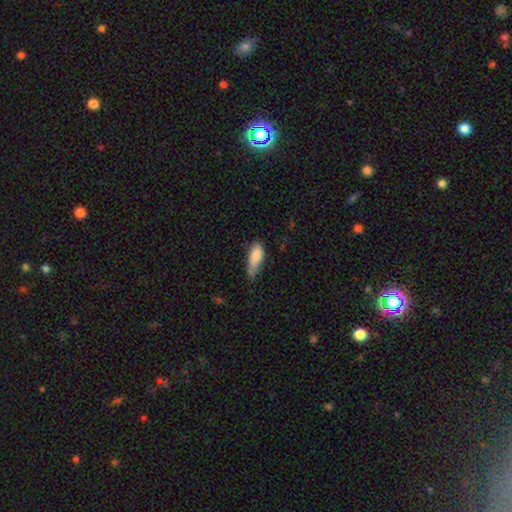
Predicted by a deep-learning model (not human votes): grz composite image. It shows a smooth galaxy with no disk features (84%) that is in between round and cigar-shaped (74%). Merging: minor disturbance (43%, tied with none).